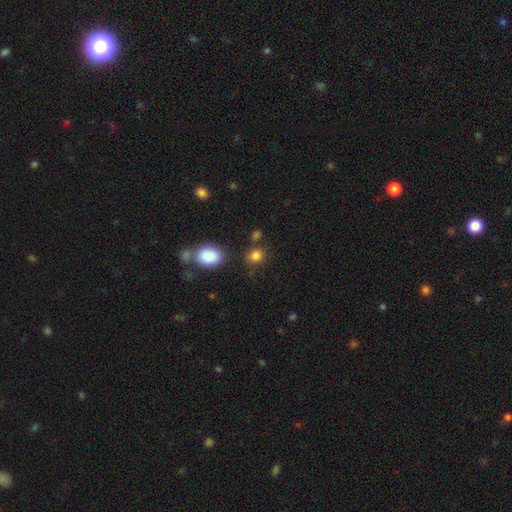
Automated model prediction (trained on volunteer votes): Smooth or featured: smooth — 84% (star or artifact — 11%)
How rounded: round — 60% (in between — 39%)
Merging: none — 74% (minor disturbance — 12%)